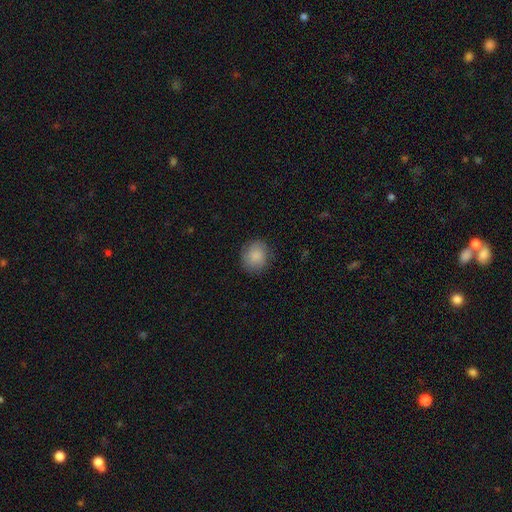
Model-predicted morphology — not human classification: Smooth or featured? smooth (86%)
How rounded? round (83%)
Merging? none (83%)